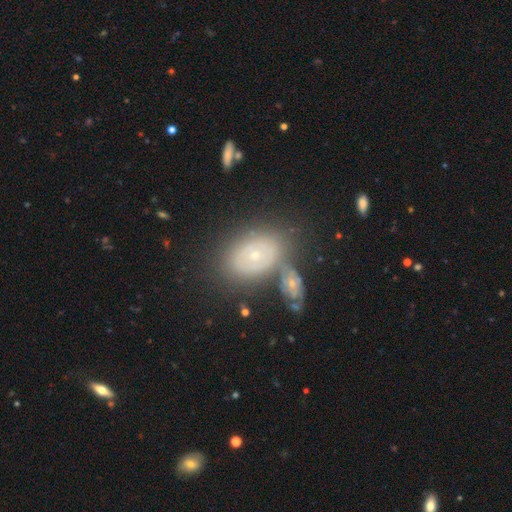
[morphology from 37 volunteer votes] This is likely a featured or disk galaxy (65%). It is clearly not viewed edge-on (96%). Bar: clearly no (83%). Spiral arm pattern: likely no (78%). Central bulge: possibly moderate (48%). Merging: likely none (65%).